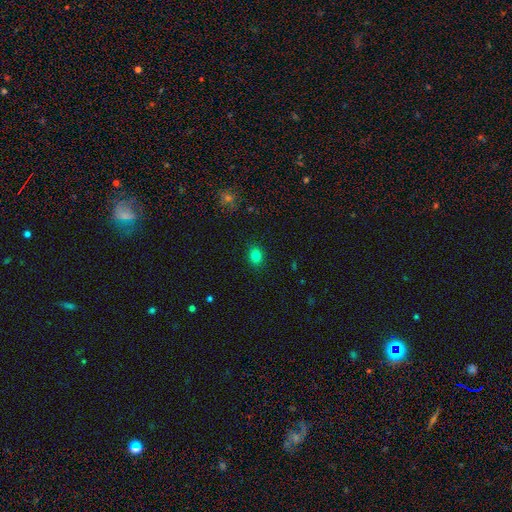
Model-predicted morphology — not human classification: Smooth or featured?
  - smooth: 81% *
  - star or artifact: 14%
  - featured or disk: 6%
How rounded?
  - in between: 54% *
  - round: 45%
  - cigar-shaped: 1%
Merging?
  - none: 88% *
  - minor disturbance: 9%
  - major disturbance: 2%
  - merger: 1%